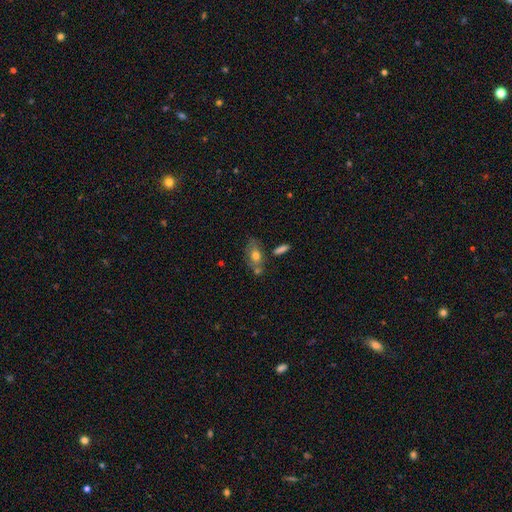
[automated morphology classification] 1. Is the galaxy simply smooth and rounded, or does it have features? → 66% smooth, 25% featured or disk, 9% star or artifact.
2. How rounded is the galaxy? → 80% in between, 14% round, 6% cigar-shaped.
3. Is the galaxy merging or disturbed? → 52% none, 21% merger, 20% minor disturbance, 7% major disturbance.